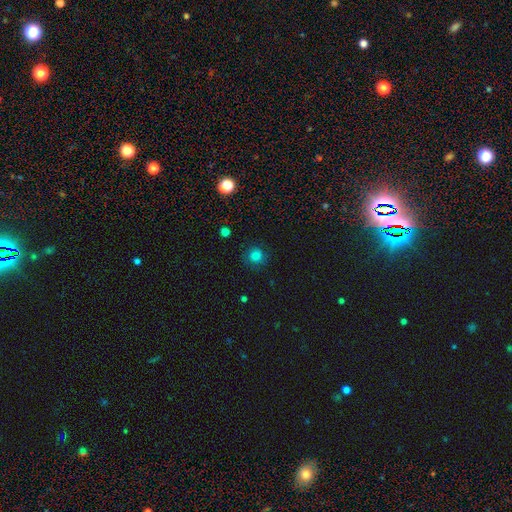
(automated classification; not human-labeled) A smooth galaxy with no disk features (80%) that is round (91%).

Vote fractions:
- Smooth or featured? smooth: 80% / star or artifact: 15% / featured or disk: 6%
- How rounded? round: 91% / in between: 8% / cigar-shaped: 1%
- Merging? none: 83% / minor disturbance: 12% / major disturbance: 4% / merger: 1%